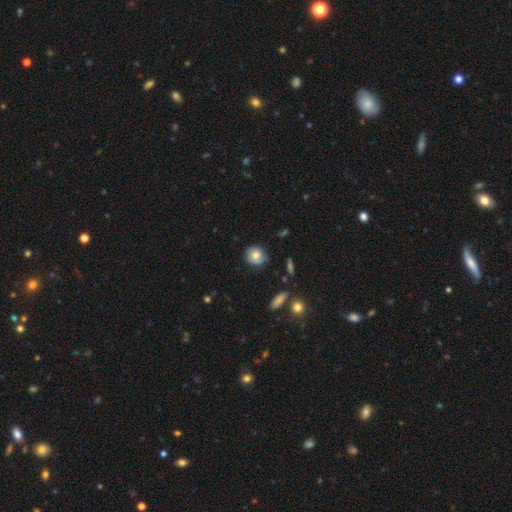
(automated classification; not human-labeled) Overall: smooth (70%). How rounded: round (84%). Merging: none (78%).